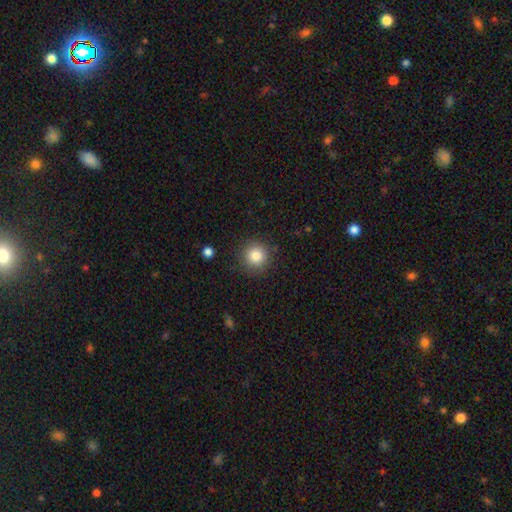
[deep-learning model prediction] smooth-or-featured: smooth: 84% | star or artifact: 10% | featured or disk: 6%
  how-rounded: round: 94% | in between: 5% | cigar-shaped: 1%
  merging: none: 88% | minor disturbance: 8% | major disturbance: 3% | merger: 1%